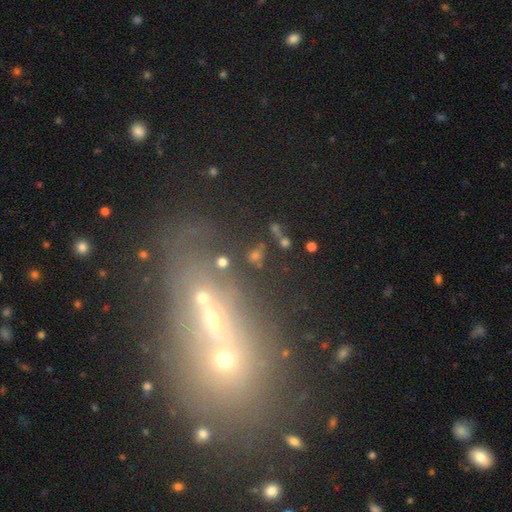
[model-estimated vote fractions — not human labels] The model was most divided on "smooth or featured": star or artifact: 41%, smooth: 31%, featured or disk: 28%.